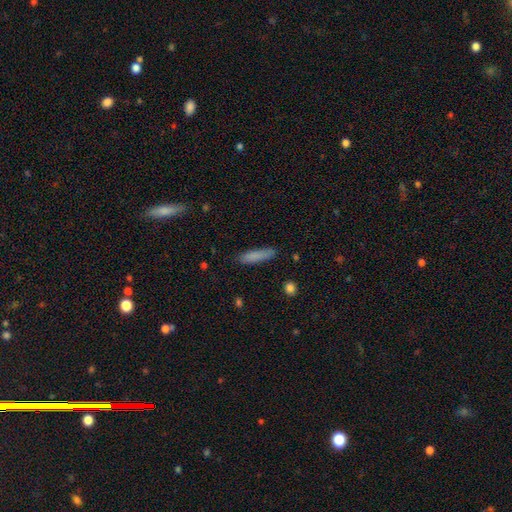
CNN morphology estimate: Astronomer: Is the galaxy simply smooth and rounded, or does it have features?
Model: smooth — 84%.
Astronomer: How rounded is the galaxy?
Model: cigar-shaped — 80%.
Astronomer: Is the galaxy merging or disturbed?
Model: none — 83%.